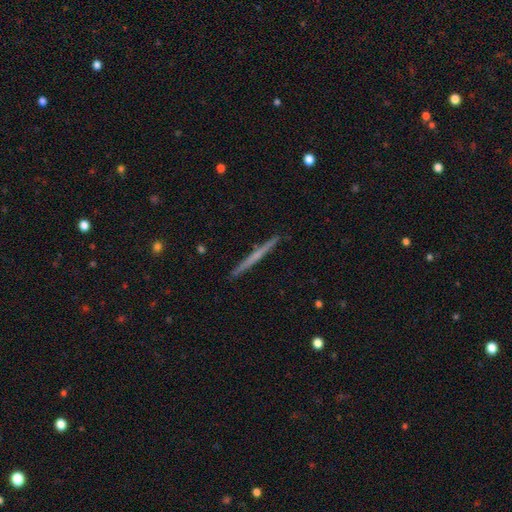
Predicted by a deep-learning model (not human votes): A featured or disk galaxy (56%) viewed edge-on (98%) with no central bulge (80%). Merging: none (93%).